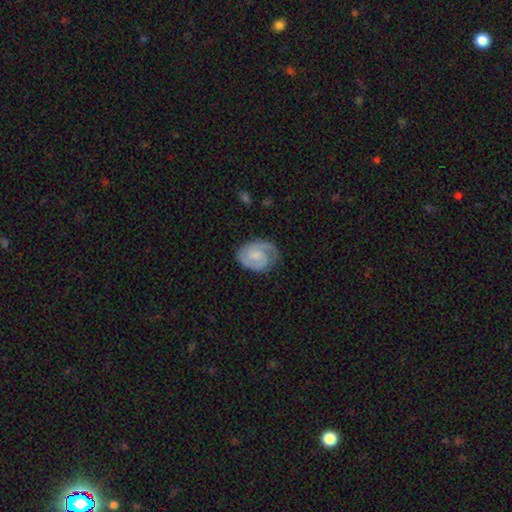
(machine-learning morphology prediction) A featured or disk galaxy (75%) with no bar (47%), 2 (71%) tight (49%) spiral arms (94%) and a small central bulge (44%).

Vote fractions:
- Smooth or featured? featured or disk: 75% / smooth: 20% / star or artifact: 5%
- Edge-on disk? no: 98% / yes: 2%
- Bar? no: 47% / weak: 46% / strong: 7%
- Spiral arms? yes: 94% / no: 6%
- Spiral winding? tight: 49% / medium: 41% / loose: 11%
- Spiral arm count? 2: 71% / 1: 12% / can't tell: 10% / 3: 4% / 4: 1% / more than 4: 1%
- Bulge size? small: 44% / moderate: 30% / none: 21% / large: 3% / dominant: 1%
- Merging? none: 70% / minor disturbance: 21% / major disturbance: 8% / merger: 1%